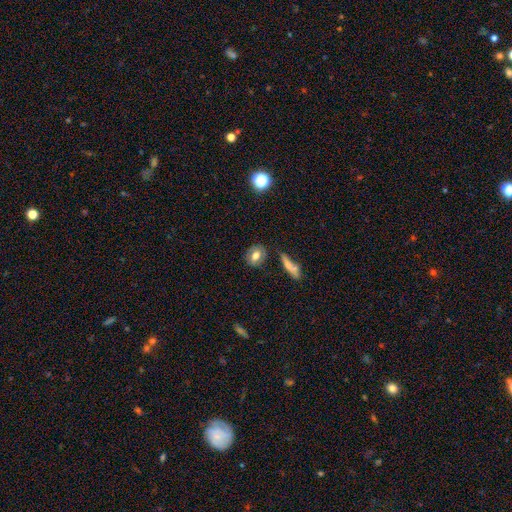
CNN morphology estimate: smooth-or-featured: smooth: 70% | featured or disk: 20% | star or artifact: 10%
  how-rounded: round: 50% | in between: 46% | cigar-shaped: 4%
  merging: none: 80% | minor disturbance: 12% | merger: 4% | major disturbance: 3%